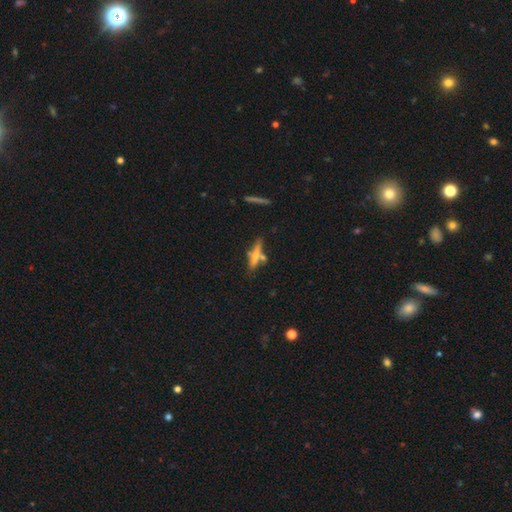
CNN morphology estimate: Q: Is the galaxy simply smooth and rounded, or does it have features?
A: smooth — 47%.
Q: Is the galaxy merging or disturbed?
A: none — 62%.